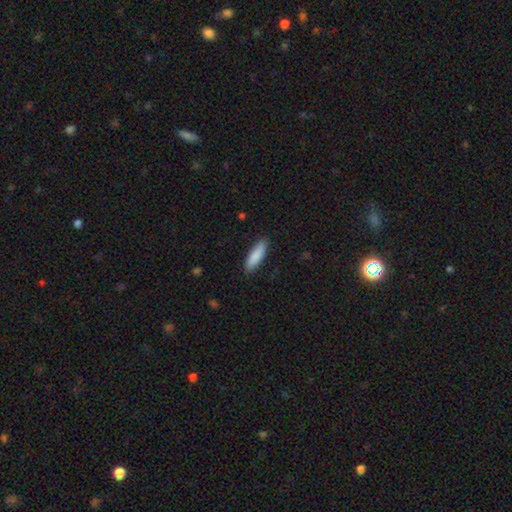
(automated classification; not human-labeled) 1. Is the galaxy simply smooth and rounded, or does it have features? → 88% smooth, 7% featured or disk, 5% star or artifact.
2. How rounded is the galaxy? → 57% cigar-shaped, 42% in between, 1% round.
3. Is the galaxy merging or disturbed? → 88% none, 9% minor disturbance, 2% major disturbance, 1% merger.